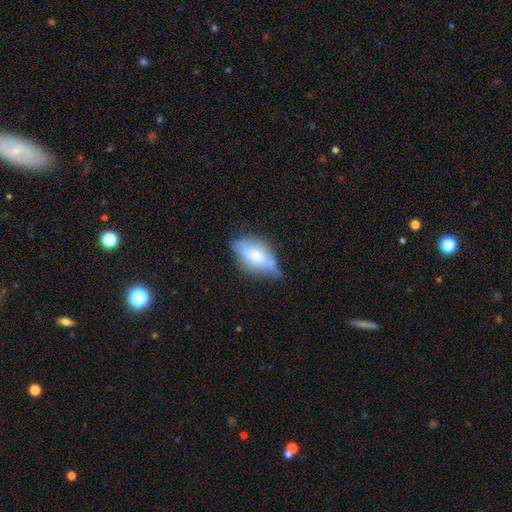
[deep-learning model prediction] A smooth galaxy with no disk features (56%) that is in between round and cigar-shaped (86%).

Vote fractions:
- Smooth or featured? smooth: 56% / featured or disk: 37% / star or artifact: 7%
- How rounded? in between: 86% / cigar-shaped: 10% / round: 3%
- Merging? none: 45% / minor disturbance: 38% / major disturbance: 12% / merger: 5%